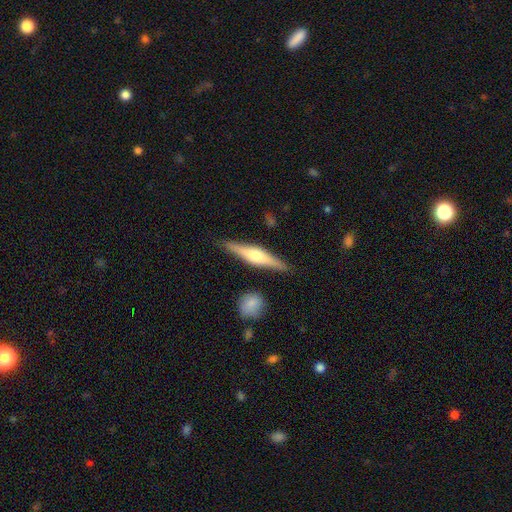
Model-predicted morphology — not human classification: smooth_or_featured: featured or disk (p=0.63) [alt: smooth p=0.31]
disk_edge_on: yes (p=0.96) [alt: no p=0.04]
edge_on_bulge: rounded (p=0.87) [alt: boxy p=0.09]
merging: none (p=0.87) [alt: minor disturbance p=0.09]